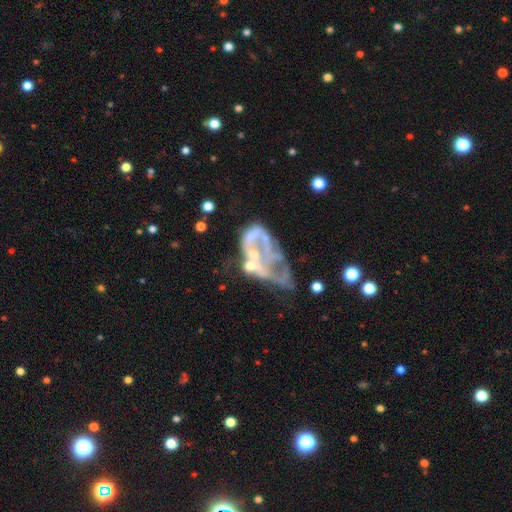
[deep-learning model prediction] Q: Smooth or featured?
A: featured or disk (71%); runner-up: smooth (17%)
Q: Edge-on disk?
A: no (97%); runner-up: yes (3%)
Q: Bar?
A: no (82%); runner-up: weak (14%)
Q: Spiral arms?
A: no (73%); runner-up: yes (27%)
Q: Bulge size?
A: none (45%); runner-up: small (33%)
Q: Merging?
A: major disturbance (39%); runner-up: merger (30%)